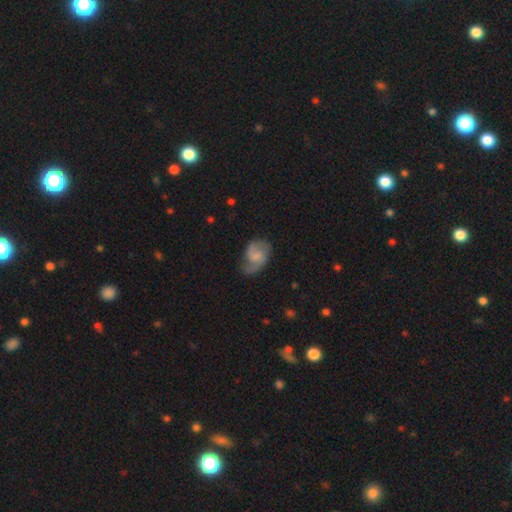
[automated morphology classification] Smooth or featured?
  - featured or disk: 65% *
  - smooth: 28%
  - star or artifact: 7%
Edge-on disk?
  - no: 98% *
  - yes: 2%
Bar?
  - no: 49% *
  - weak: 44%
  - strong: 7%
Spiral arms?
  - yes: 91% *
  - no: 9%
Spiral winding?
  - medium: 46% *
  - loose: 37%
  - tight: 16%
Spiral arm count?
  - 2: 81% *
  - 1: 8%
  - can't tell: 7%
  - 3: 2%
  - 4: 1%
  - more than 4: 1%
Bulge size?
  - none: 39% *
  - small: 28%
  - moderate: 24%
  - large: 8%
  - dominant: 2%
Merging?
  - none: 58% *
  - minor disturbance: 26%
  - major disturbance: 14%
  - merger: 2%